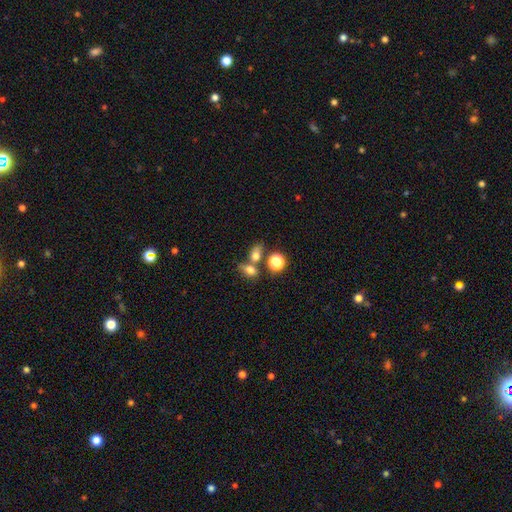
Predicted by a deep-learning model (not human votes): Overall: smooth (73%). How rounded: in between (64%; round 33%). Merging: none (44%; merger 36%).